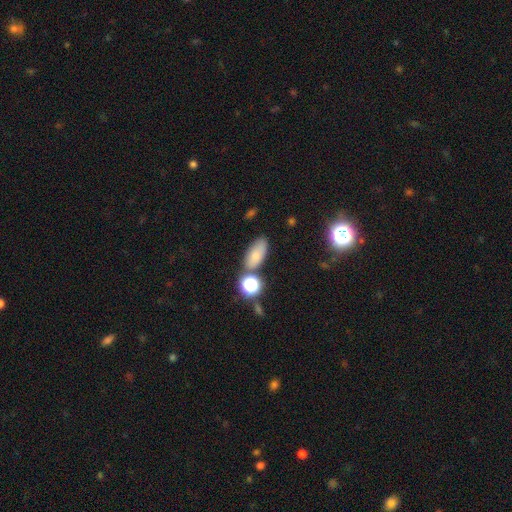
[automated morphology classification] A smooth galaxy with no disk features (74%) that is in between round and cigar-shaped (84%). Merging: none (68%).